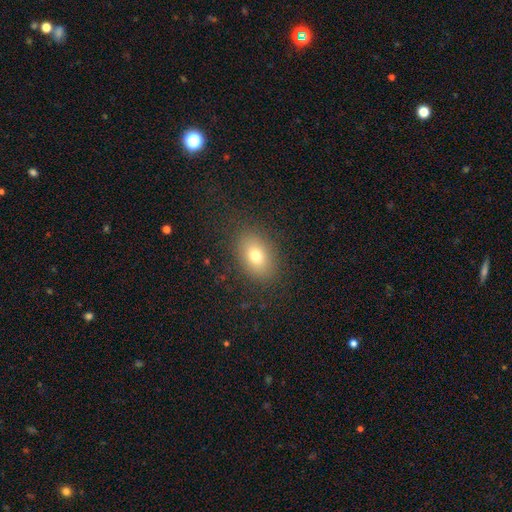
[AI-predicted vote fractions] A smooth galaxy with no disk features (74%) that is in between round and cigar-shaped (77%).

Vote fractions:
- Smooth or featured? smooth: 74% / featured or disk: 14% / star or artifact: 12%
- How rounded? in between: 77% / round: 21% / cigar-shaped: 1%
- Merging? none: 85% / minor disturbance: 9% / major disturbance: 4% / merger: 1%